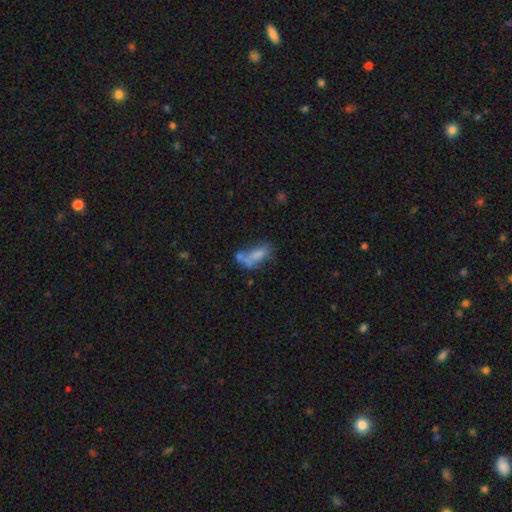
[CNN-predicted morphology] smooth 67%, featured or disk 21%, star or artifact 11%. Down the decision tree: how rounded — in between (74%); merging — merger (32%).